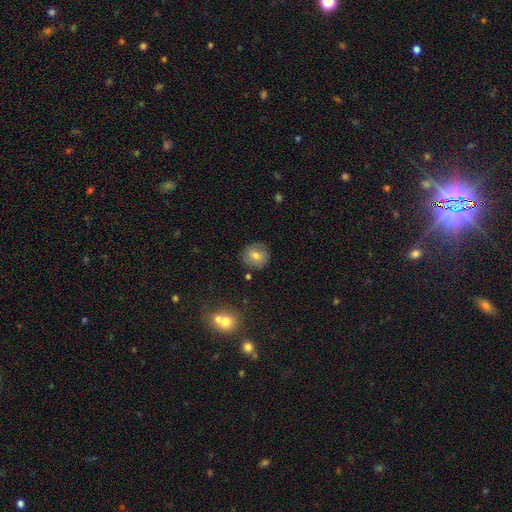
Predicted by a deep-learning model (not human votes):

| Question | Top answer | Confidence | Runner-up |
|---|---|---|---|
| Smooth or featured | smooth | 70% | featured or disk (19%) |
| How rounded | round | 89% | in between (10%) |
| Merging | none | 82% | minor disturbance (12%) |